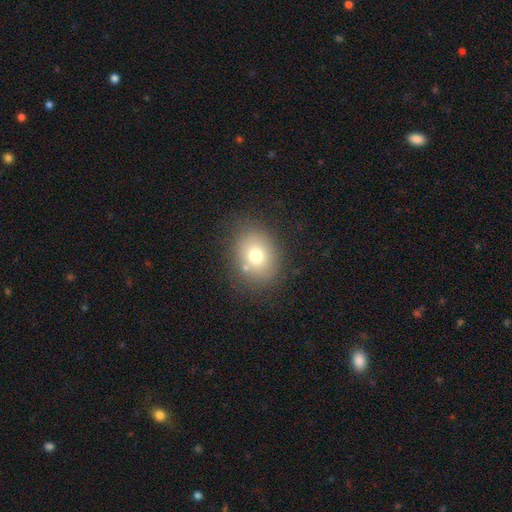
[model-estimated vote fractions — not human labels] This appears to be a smooth galaxy with no disk features (73%) that is round (54%). Merging: none (76%).